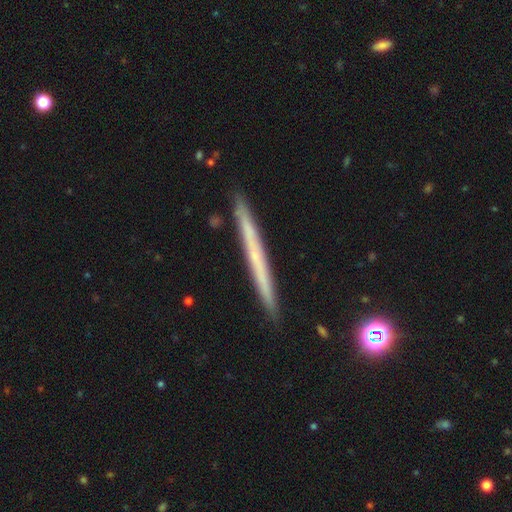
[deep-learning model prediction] This appears to be a featured or disk galaxy (53%) viewed edge-on (96%) with no central bulge (90%). Merging: none (90%).